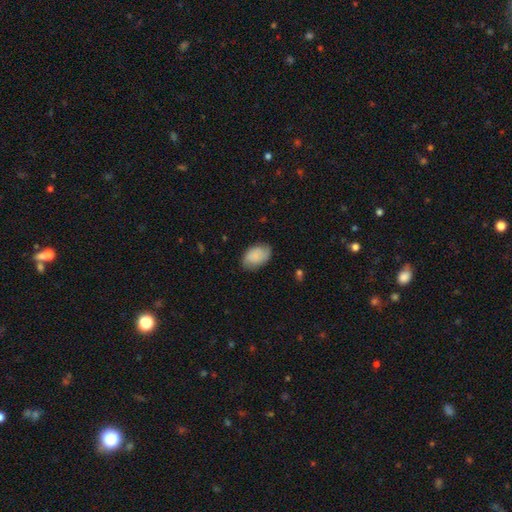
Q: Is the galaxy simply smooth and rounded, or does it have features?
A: smooth — 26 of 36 (72%).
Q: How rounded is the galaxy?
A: in between — 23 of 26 (88%).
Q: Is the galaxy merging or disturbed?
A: none — 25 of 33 (76%).